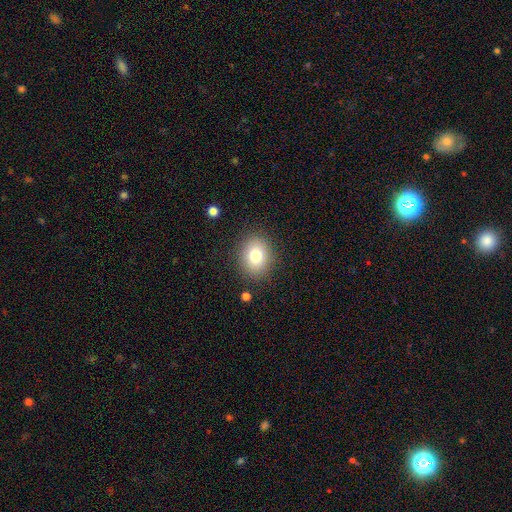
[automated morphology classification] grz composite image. It shows a smooth galaxy with no disk features (78%) that is round (56%). Merging: none (86%).